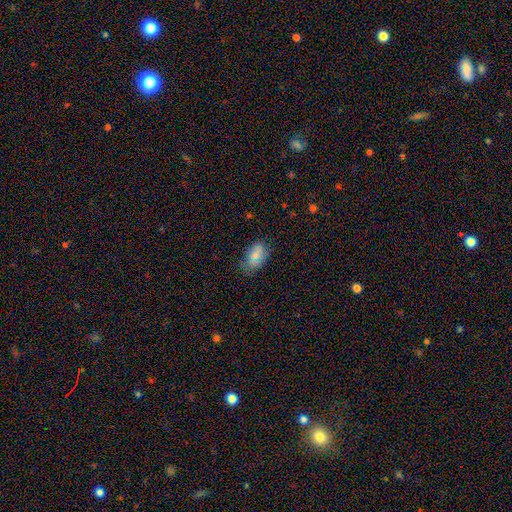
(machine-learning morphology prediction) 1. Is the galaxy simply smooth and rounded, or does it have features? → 77% smooth, 13% featured or disk, 10% star or artifact.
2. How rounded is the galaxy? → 90% in between, 8% round, 2% cigar-shaped.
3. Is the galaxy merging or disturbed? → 67% none, 24% minor disturbance, 7% major disturbance, 2% merger.